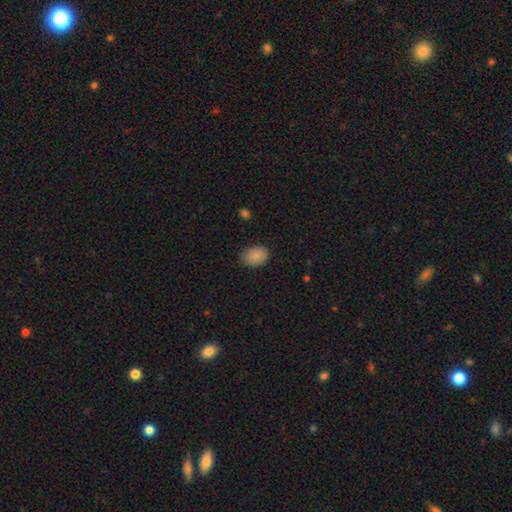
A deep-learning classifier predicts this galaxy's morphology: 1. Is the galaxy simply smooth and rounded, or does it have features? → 88% smooth, 8% star or artifact, 5% featured or disk.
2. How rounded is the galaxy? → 78% in between, 21% round, 1% cigar-shaped.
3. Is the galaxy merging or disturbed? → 83% none, 14% minor disturbance, 3% major disturbance, 1% merger.